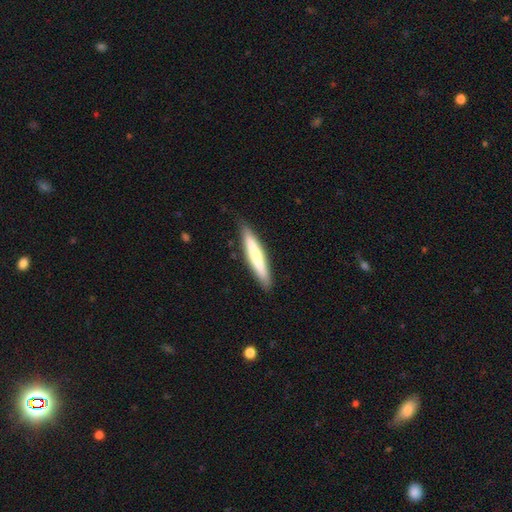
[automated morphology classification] The model was most divided on "smooth or featured": smooth: 64%, featured or disk: 30%, star or artifact: 5%. More confident: how rounded — cigar-shaped (92%); merging — none (88%).